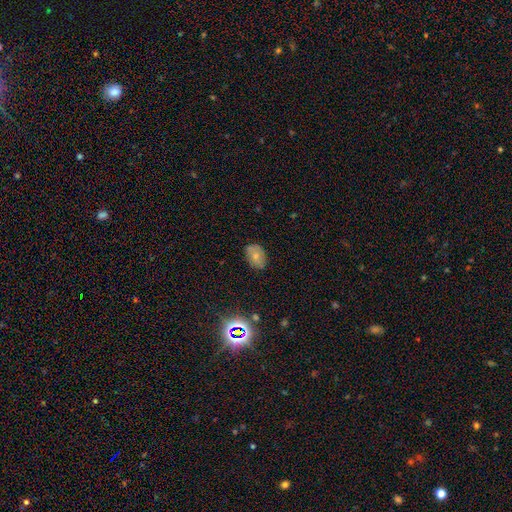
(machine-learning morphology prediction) Smooth or featured?
  - smooth: 66% *
  - featured or disk: 21%
  - star or artifact: 13%
How rounded?
  - in between: 79% *
  - round: 19%
  - cigar-shaped: 1%
Merging?
  - none: 78% *
  - minor disturbance: 17%
  - major disturbance: 4%
  - merger: 1%